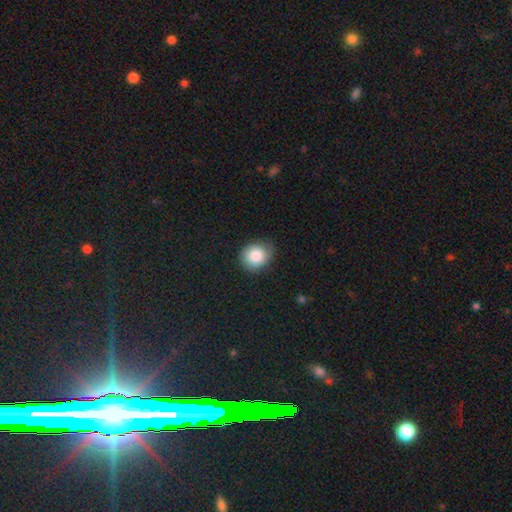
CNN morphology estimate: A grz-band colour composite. It shows a smooth galaxy with no disk features (84%) that is round (72%). Merging: none (71%).